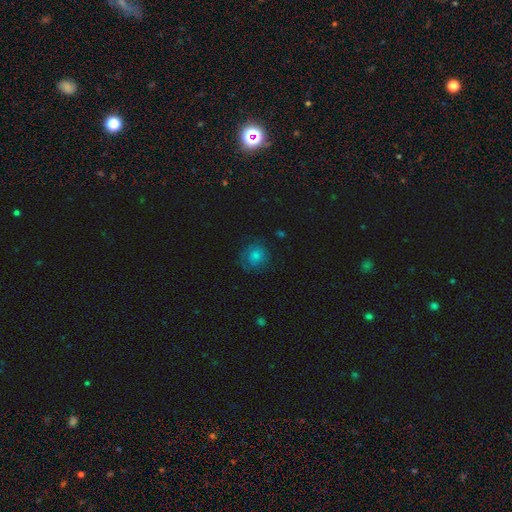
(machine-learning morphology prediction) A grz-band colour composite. It shows a smooth galaxy with no disk features (67%) that is round (86%). Merging: none (71%).